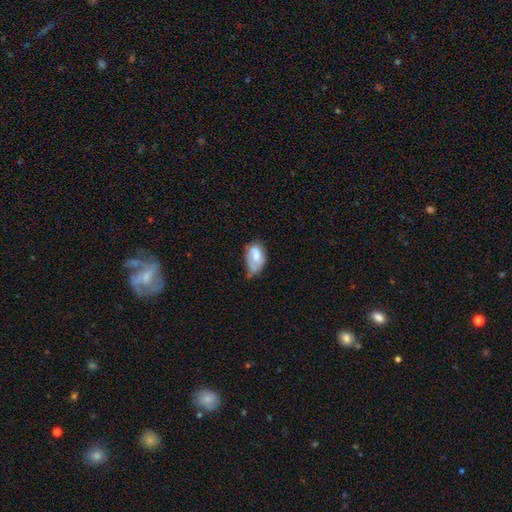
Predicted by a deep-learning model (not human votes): smooth-or-featured: smooth: 62% | featured or disk: 32% | star or artifact: 7%
  how-rounded: in between: 90% | round: 9% | cigar-shaped: 2%
  merging: minor disturbance: 44% | major disturbance: 26% | none: 25% | merger: 5%